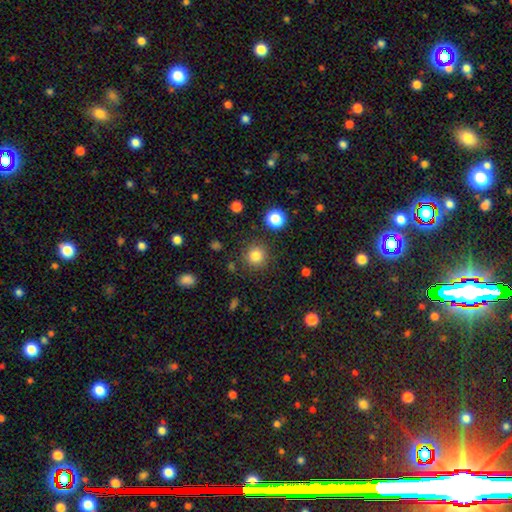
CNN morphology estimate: Smooth or featured? smooth (82%)
How rounded? round (94%)
Merging? none (86%)